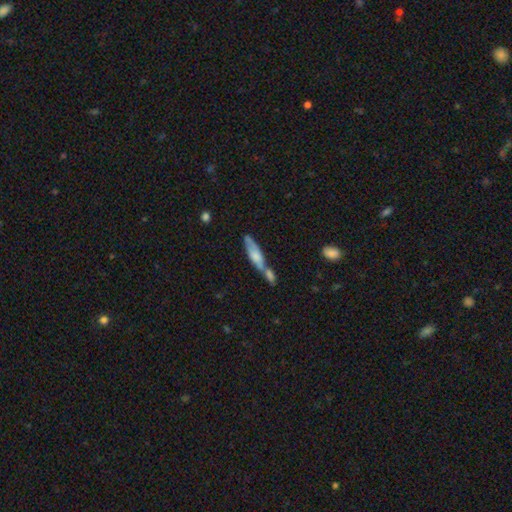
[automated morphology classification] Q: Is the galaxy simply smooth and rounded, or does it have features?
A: smooth — 60%.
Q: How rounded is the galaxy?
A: cigar-shaped — 69%.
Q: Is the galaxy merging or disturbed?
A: merger — 55%.